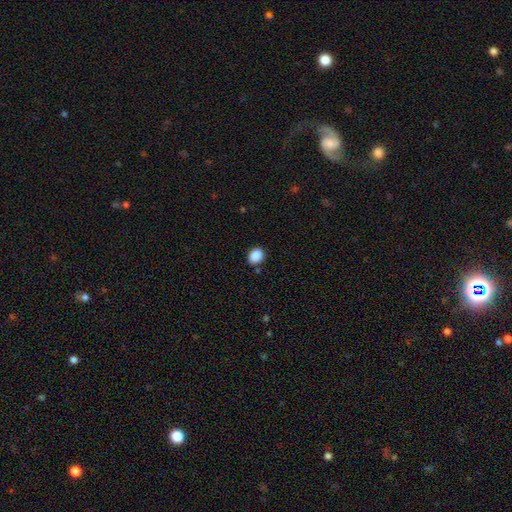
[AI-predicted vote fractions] A smooth galaxy with no disk features (88%) that is in between round and cigar-shaped (58%).

Vote fractions:
- Smooth or featured? smooth: 88% / star or artifact: 9% / featured or disk: 3%
- How rounded? in between: 58% / round: 41% / cigar-shaped: 1%
- Merging? none: 85% / minor disturbance: 10% / major disturbance: 3% / merger: 2%